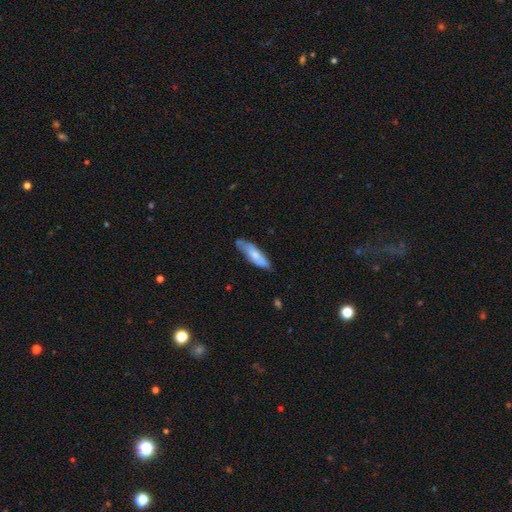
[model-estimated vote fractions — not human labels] A smooth galaxy with no disk features (58%) that is cigar-shaped (58%). Merging: none (56%).